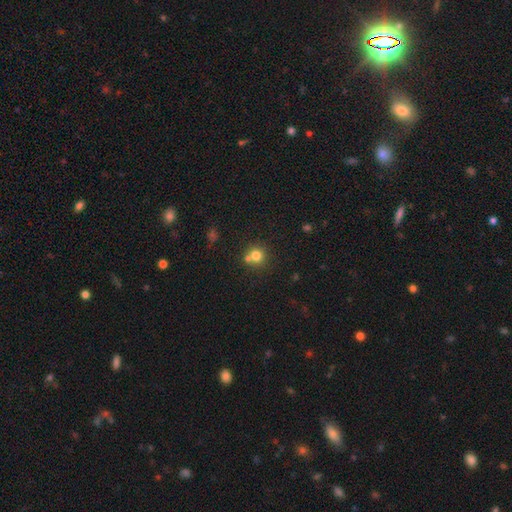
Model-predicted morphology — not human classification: Smooth or featured?
  - smooth: 77% *
  - star or artifact: 13%
  - featured or disk: 10%
How rounded?
  - round: 90% *
  - in between: 9%
  - cigar-shaped: 1%
Merging?
  - none: 59% *
  - merger: 30%
  - minor disturbance: 8%
  - major disturbance: 3%